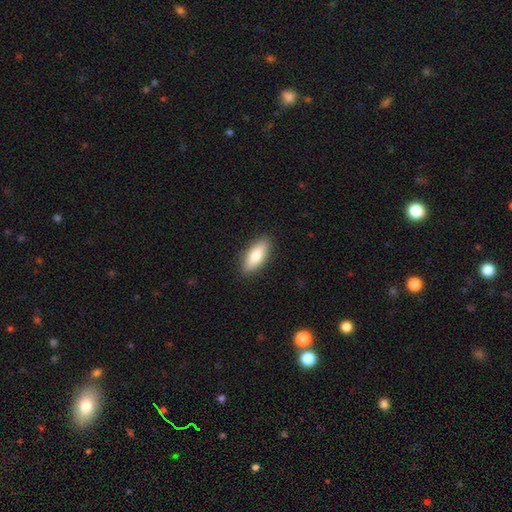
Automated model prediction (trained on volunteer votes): smooth-or-featured: smooth: 76% | featured or disk: 18% | star or artifact: 6%
  how-rounded: in between: 73% | cigar-shaped: 24% | round: 2%
  merging: none: 88% | minor disturbance: 9% | major disturbance: 2% | merger: 1%